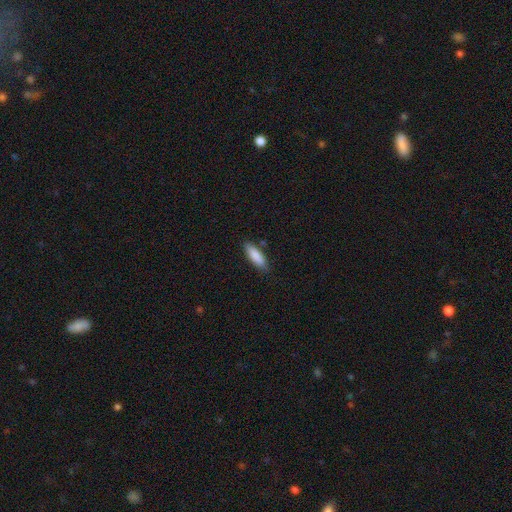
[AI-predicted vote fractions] Smooth or featured: smooth — 86% (featured or disk — 8%)
How rounded: in between — 50% (cigar-shaped — 49%)
Merging: none — 83% (minor disturbance — 13%)